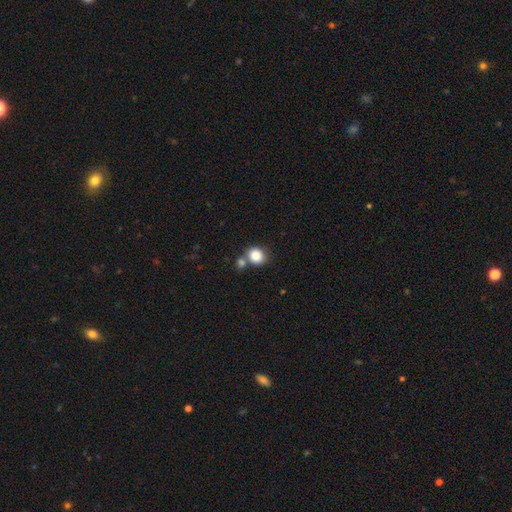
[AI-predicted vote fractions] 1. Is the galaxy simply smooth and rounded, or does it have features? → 86% smooth, 9% star or artifact, 5% featured or disk.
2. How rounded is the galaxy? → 73% round, 26% in between, 1% cigar-shaped.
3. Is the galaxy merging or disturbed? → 55% none, 30% merger, 11% minor disturbance, 4% major disturbance.